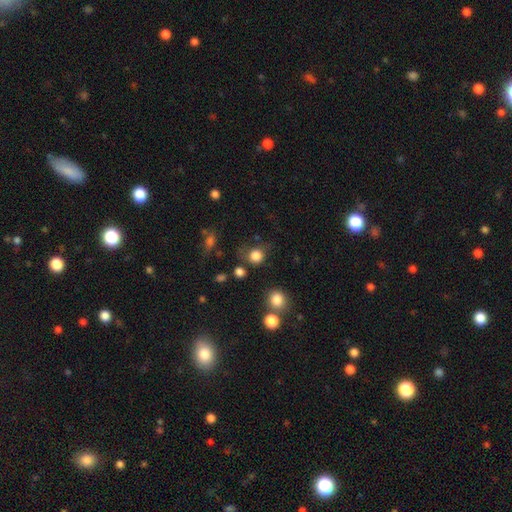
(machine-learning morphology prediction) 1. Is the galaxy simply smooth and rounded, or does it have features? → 83% smooth, 13% star or artifact, 5% featured or disk.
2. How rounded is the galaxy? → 85% round, 14% in between, 1% cigar-shaped.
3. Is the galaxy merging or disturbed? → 67% none, 18% minor disturbance, 10% major disturbance, 6% merger.